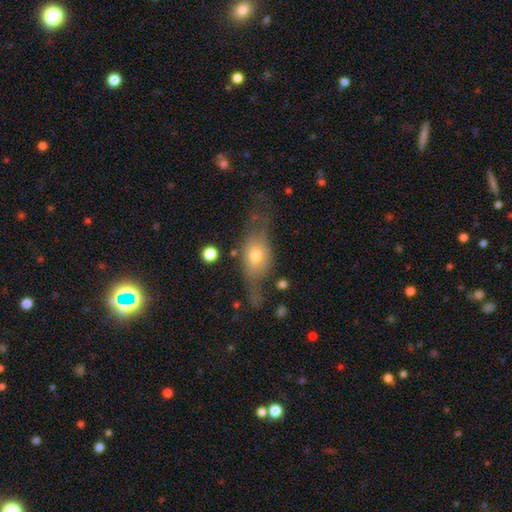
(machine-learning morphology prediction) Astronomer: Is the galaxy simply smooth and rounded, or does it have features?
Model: featured or disk — 46% (runner-up: smooth, 45%).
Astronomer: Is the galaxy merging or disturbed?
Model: none — 45% (runner-up: major disturbance, 26%).